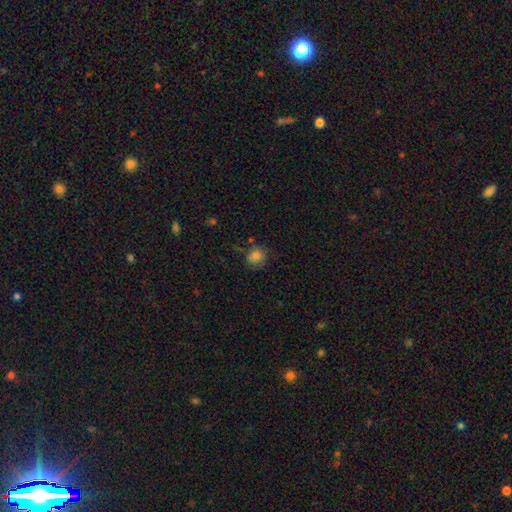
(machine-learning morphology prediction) Smooth or featured?
  - smooth: 82% *
  - star or artifact: 11%
  - featured or disk: 7%
How rounded?
  - round: 83% *
  - in between: 16%
  - cigar-shaped: 1%
Merging?
  - none: 71% *
  - minor disturbance: 19%
  - major disturbance: 6%
  - merger: 5%